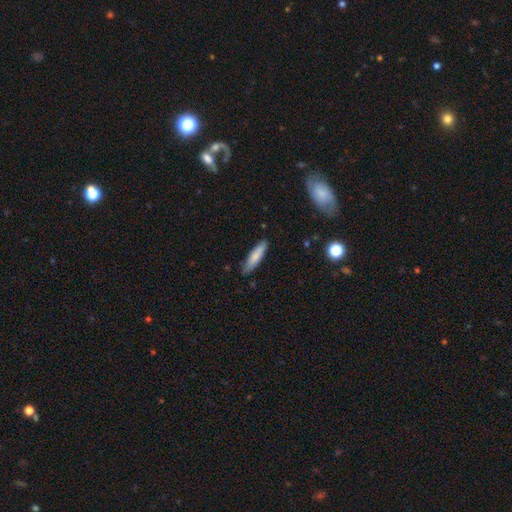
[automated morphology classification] smooth_or_featured: smooth (p=0.78) [alt: featured or disk p=0.16]
how_rounded: cigar-shaped (p=0.71) [alt: in between p=0.28]
merging: none (p=0.83) [alt: minor disturbance p=0.13]